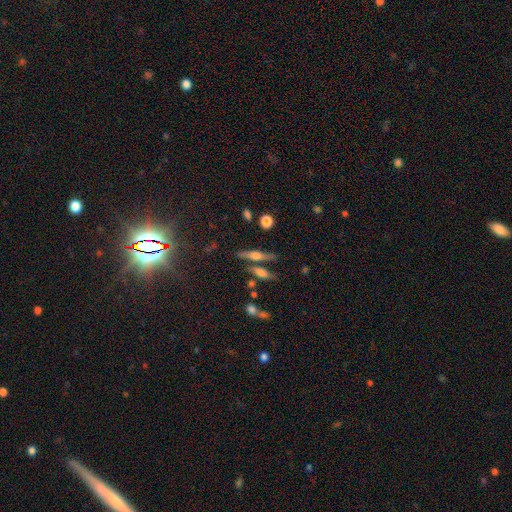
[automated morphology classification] Q: Smooth or featured?
A: featured or disk (57%); runner-up: smooth (34%)
Q: Edge-on disk?
A: yes (94%); runner-up: no (6%)
Q: Edge-on bulge?
A: rounded (85%); runner-up: boxy (8%)
Q: Merging?
A: none (77%); runner-up: minor disturbance (10%)